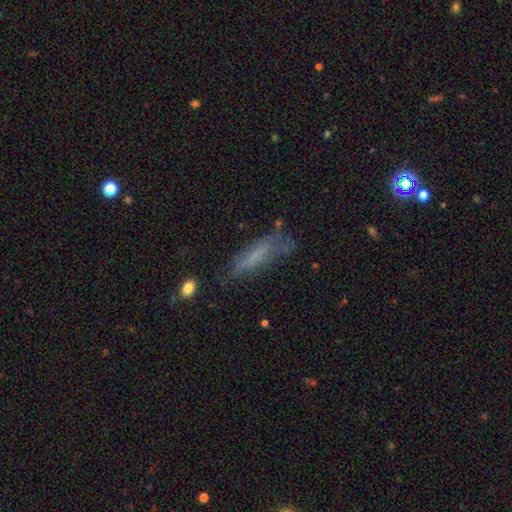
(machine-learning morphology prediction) A smooth galaxy with no disk features (57%) that is cigar-shaped (69%). Merging: none (52%).